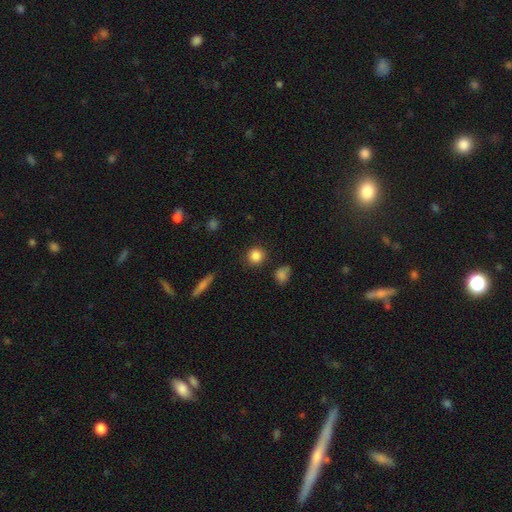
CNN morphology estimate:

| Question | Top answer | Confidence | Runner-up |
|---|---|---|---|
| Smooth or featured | smooth | 85% | star or artifact (10%) |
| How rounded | round | 91% | in between (8%) |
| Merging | none | 88% | minor disturbance (7%) |